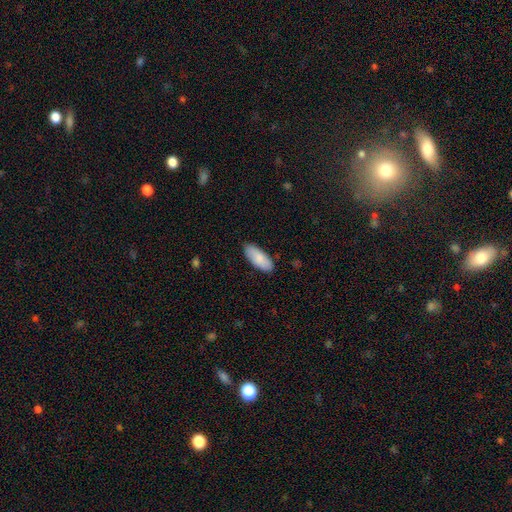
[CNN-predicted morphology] type=smooth (85%); roundness=in between (81%); merging=none (86%).